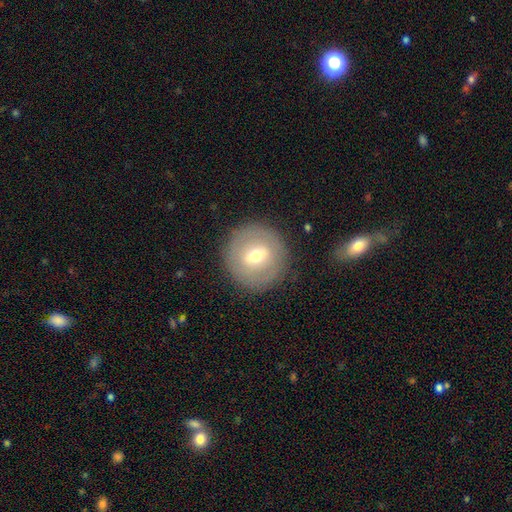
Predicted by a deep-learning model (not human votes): A smooth galaxy with no disk features (53%) that is round (93%).

Vote fractions:
- Smooth or featured? smooth: 53% / featured or disk: 39% / star or artifact: 8%
- How rounded? round: 93% / in between: 6% / cigar-shaped: 1%
- Merging? none: 86% / minor disturbance: 9% / major disturbance: 4% / merger: 2%